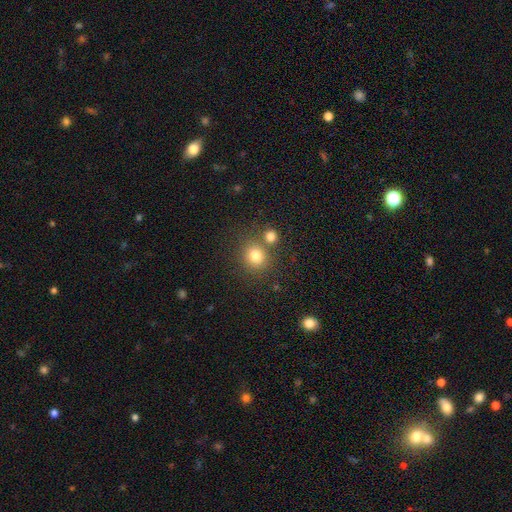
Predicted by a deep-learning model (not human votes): A smooth galaxy with no disk features (79%) that is round (85%).

Vote fractions:
- Smooth or featured? smooth: 79% / star or artifact: 13% / featured or disk: 8%
- How rounded? round: 85% / in between: 14% / cigar-shaped: 1%
- Merging? none: 68% / merger: 20% / minor disturbance: 9% / major disturbance: 3%